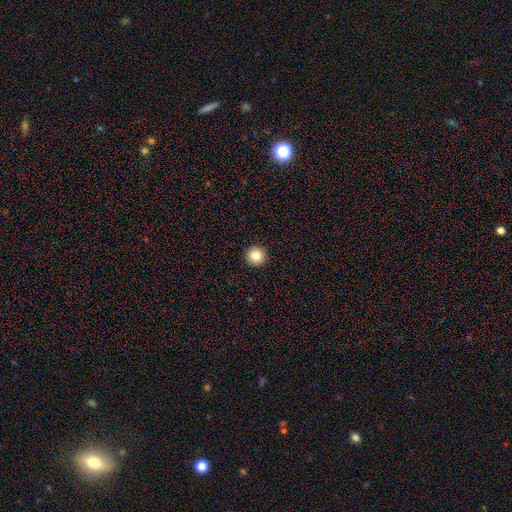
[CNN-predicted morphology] smooth 84%, star or artifact 10%, featured or disk 6%. Down the decision tree: how rounded — round (96%); merging — none (94%).